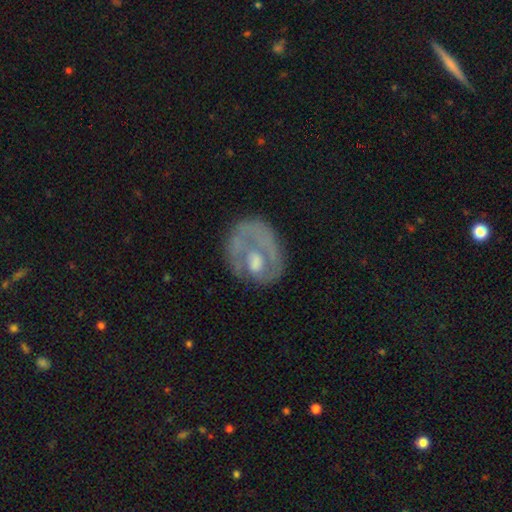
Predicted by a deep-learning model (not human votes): Morphology: type=featured or disk (61%); edge-on=no (96%); bar=no (78%); spiral arms=no (60%); bulge=moderate (54%); merging=none (49%).